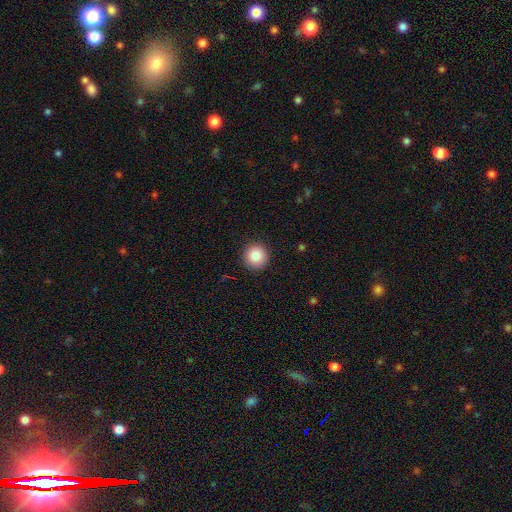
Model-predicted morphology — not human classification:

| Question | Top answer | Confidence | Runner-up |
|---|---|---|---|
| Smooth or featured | smooth | 87% | star or artifact (9%) |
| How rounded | round | 95% | in between (4%) |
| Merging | none | 92% | minor disturbance (6%) |